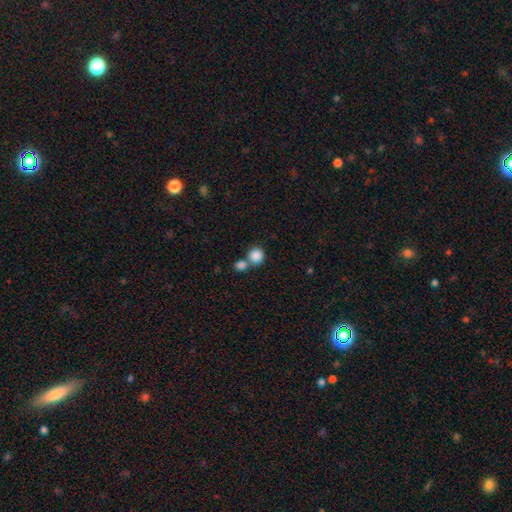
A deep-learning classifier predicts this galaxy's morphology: smooth_or_featured: smooth (p=0.86) [alt: star or artifact p=0.09]
how_rounded: round (p=0.87) [alt: in between p=0.12]
merging: none (p=0.48) [alt: merger p=0.41]